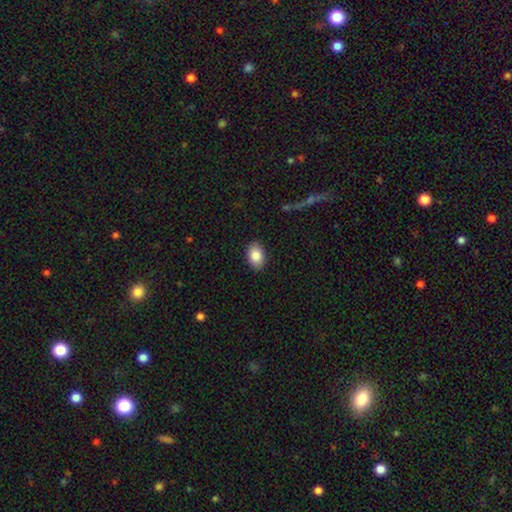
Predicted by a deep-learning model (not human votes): A smooth galaxy with no disk features (85%) that is in between round and cigar-shaped (84%). Merging: none (88%).